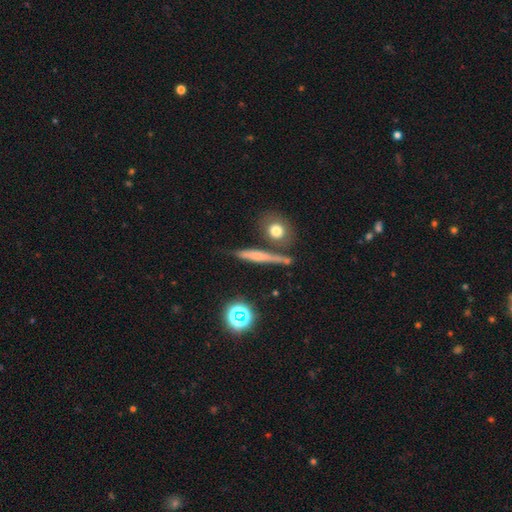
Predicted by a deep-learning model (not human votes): smooth_or_featured: smooth (p=0.44) [alt: featured or disk p=0.43]
merging: none (p=0.75) [alt: minor disturbance p=0.13]